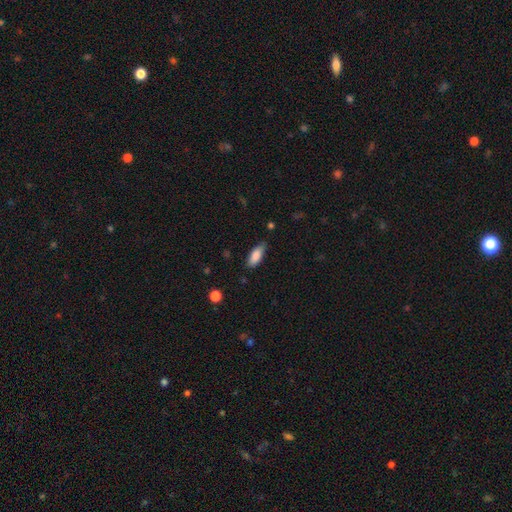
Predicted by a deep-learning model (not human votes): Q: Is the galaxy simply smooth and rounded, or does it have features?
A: smooth — 85%.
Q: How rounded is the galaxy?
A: in between — 79%.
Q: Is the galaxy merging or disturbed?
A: none — 72%.